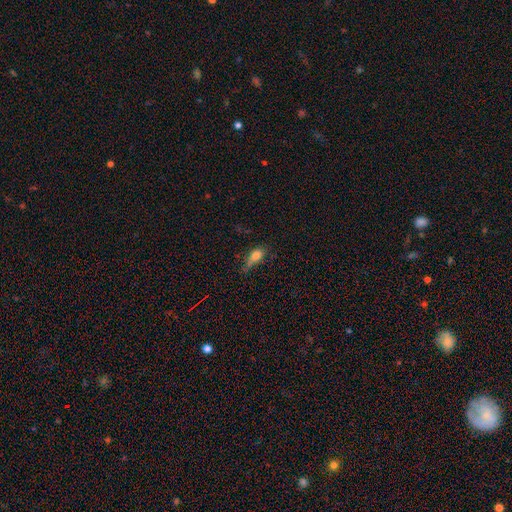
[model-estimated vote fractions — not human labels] This appears to be a smooth galaxy with no disk features (75%) that is in between round and cigar-shaped (76%). Merging: minor disturbance (36%, tied with none).